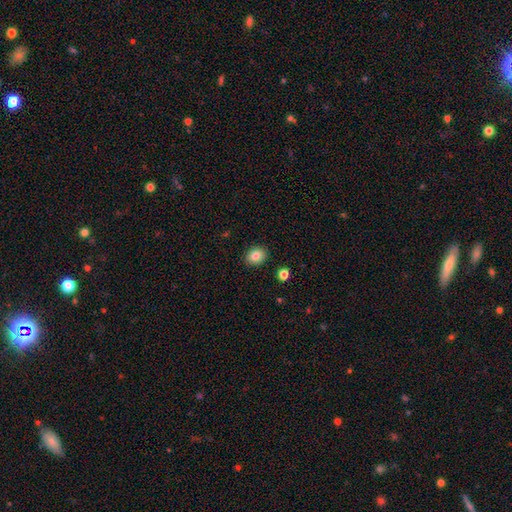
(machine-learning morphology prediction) Smooth or featured: smooth — 83% (star or artifact — 9%)
How rounded: in between — 50% (round — 49%)
Merging: none — 89% (minor disturbance — 8%)